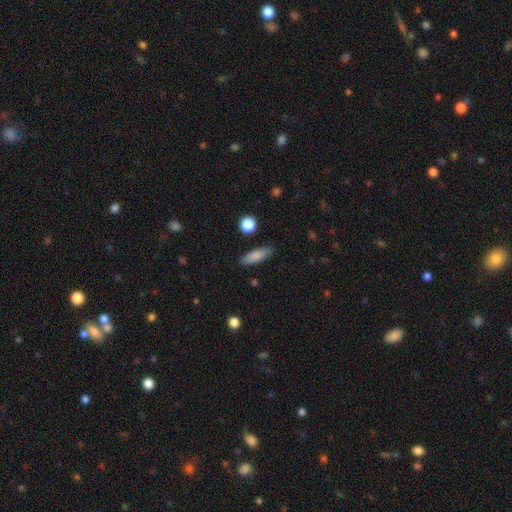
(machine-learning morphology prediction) Smooth or featured? smooth (81%)
How rounded? in between (49%)
Merging? none (88%)